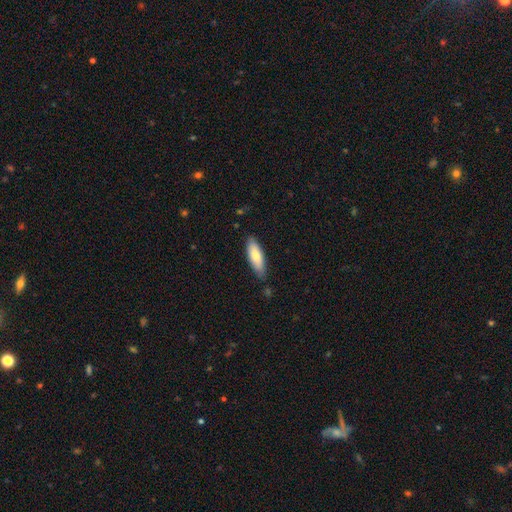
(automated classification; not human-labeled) A smooth galaxy with no disk features (78%) that is in between round and cigar-shaped (59%). Merging: none (79%).